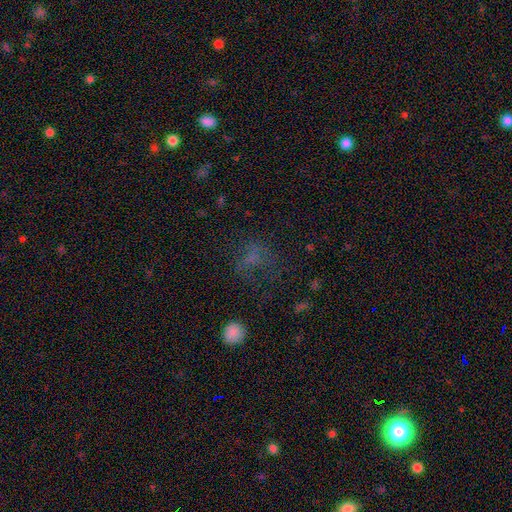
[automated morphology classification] The model was most divided on "smooth or featured": smooth: 47%, star or artifact: 30%, featured or disk: 23%. Remaining: merging — none (48%).